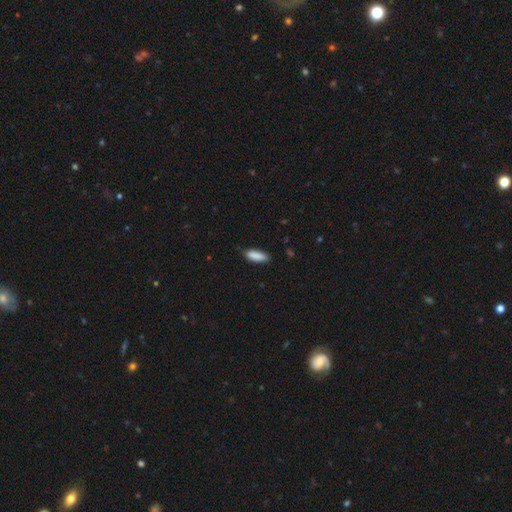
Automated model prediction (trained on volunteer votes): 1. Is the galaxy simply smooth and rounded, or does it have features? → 89% smooth, 6% star or artifact, 5% featured or disk.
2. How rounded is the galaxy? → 61% in between, 38% cigar-shaped, 2% round.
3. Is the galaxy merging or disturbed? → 83% none, 14% minor disturbance, 2% major disturbance, 1% merger.